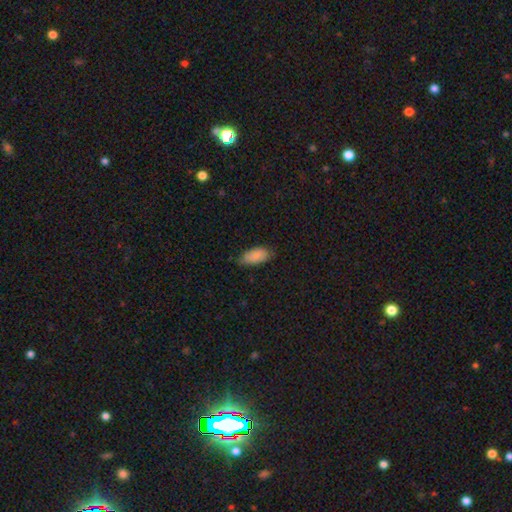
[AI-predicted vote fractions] A smooth galaxy with no disk features (86%) that is in between round and cigar-shaped (92%).

Vote fractions:
- Smooth or featured? smooth: 86% / featured or disk: 7% / star or artifact: 6%
- How rounded? in between: 92% / cigar-shaped: 6% / round: 2%
- Merging? none: 69% / minor disturbance: 26% / major disturbance: 4% / merger: 1%